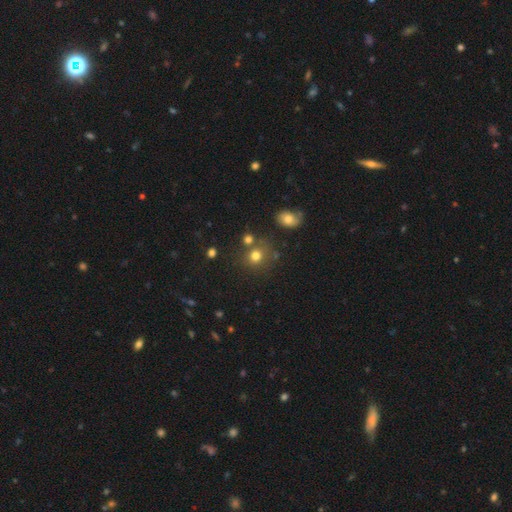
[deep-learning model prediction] This is likely a smooth galaxy (75%). How rounded: clearly round (82%). Merging: likely none (68%).